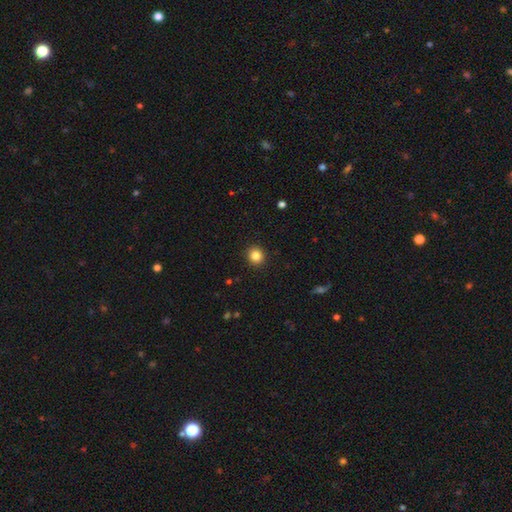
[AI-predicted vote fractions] Smooth or featured? smooth (84%)
How rounded? round (90%)
Merging? none (92%)